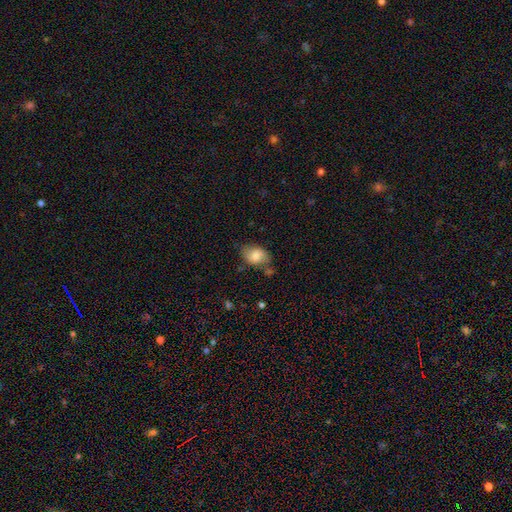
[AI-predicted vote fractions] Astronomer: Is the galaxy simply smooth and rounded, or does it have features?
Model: smooth — 76%.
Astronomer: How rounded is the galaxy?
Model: in between — 78%.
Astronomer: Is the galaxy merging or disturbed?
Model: none — 61%.